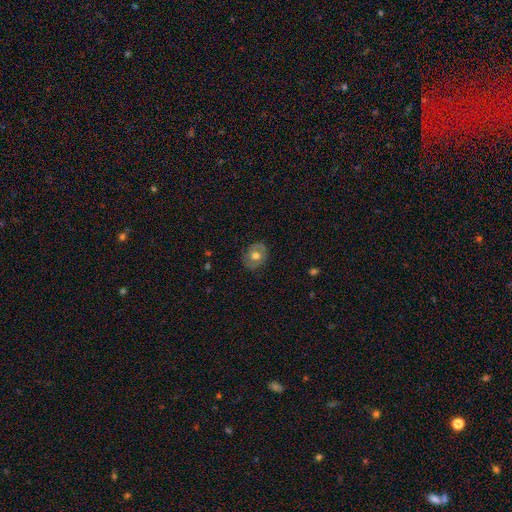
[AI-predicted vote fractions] smooth 56%, featured or disk 36%, star or artifact 8%. Down the decision tree: how rounded — round (58%); merging — none (80%).